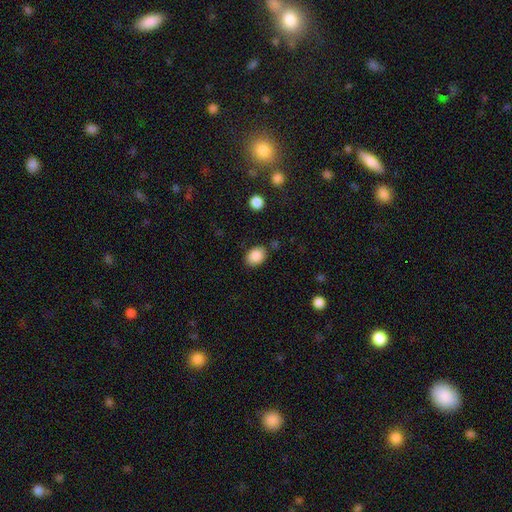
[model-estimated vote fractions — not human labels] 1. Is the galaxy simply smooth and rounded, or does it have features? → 87% smooth, 8% star or artifact, 4% featured or disk.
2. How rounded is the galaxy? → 69% in between, 30% round, 1% cigar-shaped.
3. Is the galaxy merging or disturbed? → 80% none, 13% minor disturbance, 4% major disturbance, 3% merger.